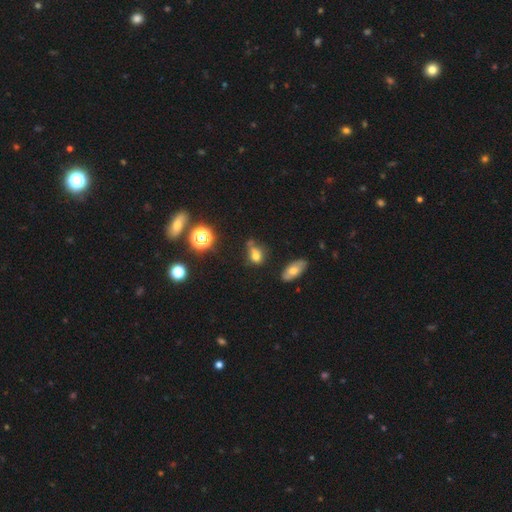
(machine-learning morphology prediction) type=smooth (67%); roundness=in between (55%); merging=none (45%).